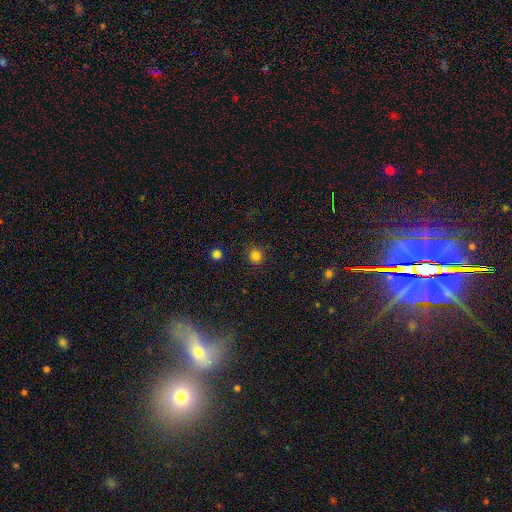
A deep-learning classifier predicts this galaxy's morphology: Q: Smooth or featured?
A: smooth (81%); runner-up: star or artifact (14%)
Q: How rounded?
A: round (92%); runner-up: in between (7%)
Q: Merging?
A: none (89%); runner-up: minor disturbance (7%)